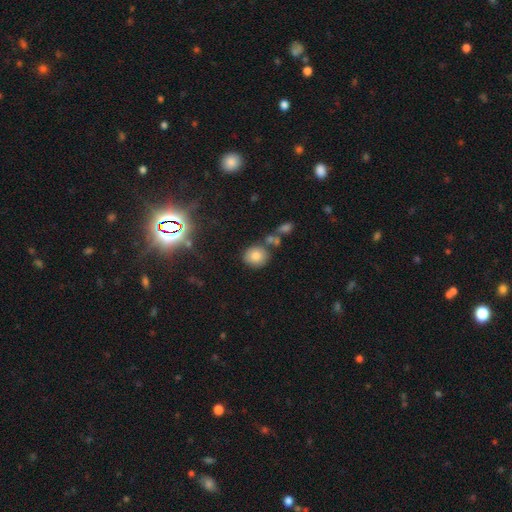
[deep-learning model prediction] Smooth or featured? Predicted: smooth (p=0.79). How rounded? Predicted: round (p=0.79). Merging? Predicted: none (p=0.72).